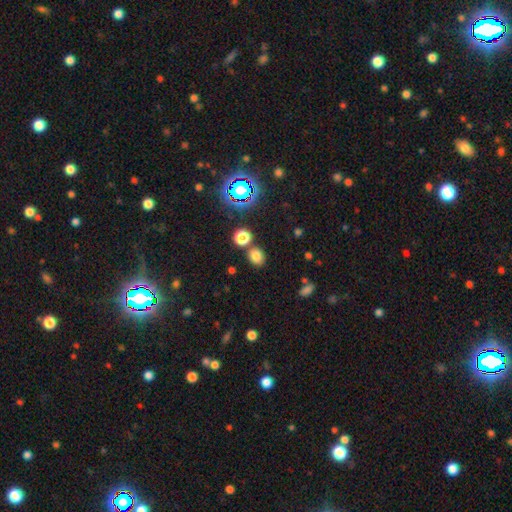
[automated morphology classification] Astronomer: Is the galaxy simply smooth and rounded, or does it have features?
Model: smooth — 75%.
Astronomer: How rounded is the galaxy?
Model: round — 60% (runner-up: in between, 39%).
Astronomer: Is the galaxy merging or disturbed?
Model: none — 77%.